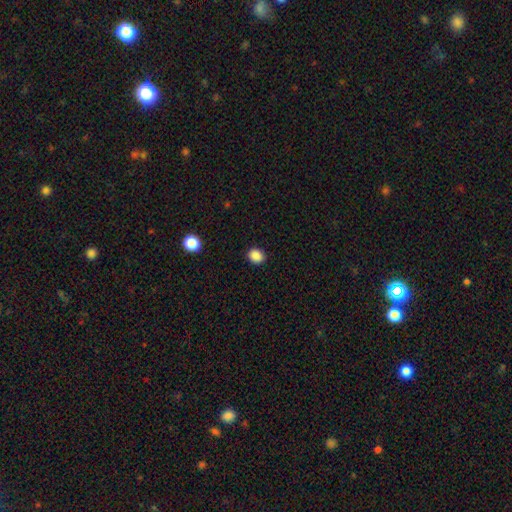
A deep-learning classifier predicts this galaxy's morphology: type=smooth (88%); roundness=round (61%); merging=none (90%).